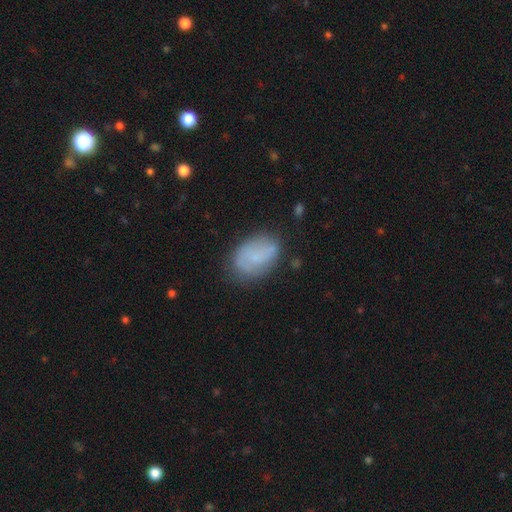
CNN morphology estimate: type=smooth (56%); roundness=in between (81%); merging=none (67%).